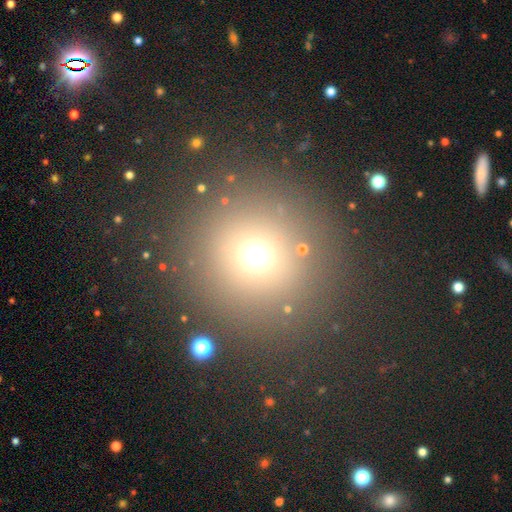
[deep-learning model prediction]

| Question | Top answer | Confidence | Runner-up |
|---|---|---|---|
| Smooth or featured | smooth | 63% | star or artifact (29%) |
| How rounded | round | 95% | in between (4%) |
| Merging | none | 85% | minor disturbance (7%) |